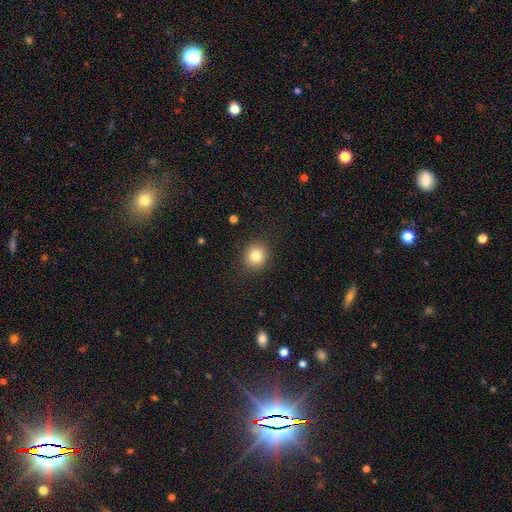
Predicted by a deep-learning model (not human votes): Smooth or featured?
  - smooth: 82% *
  - star or artifact: 11%
  - featured or disk: 7%
How rounded?
  - round: 86% *
  - in between: 13%
  - cigar-shaped: 1%
Merging?
  - none: 90% *
  - minor disturbance: 7%
  - major disturbance: 2%
  - merger: 1%